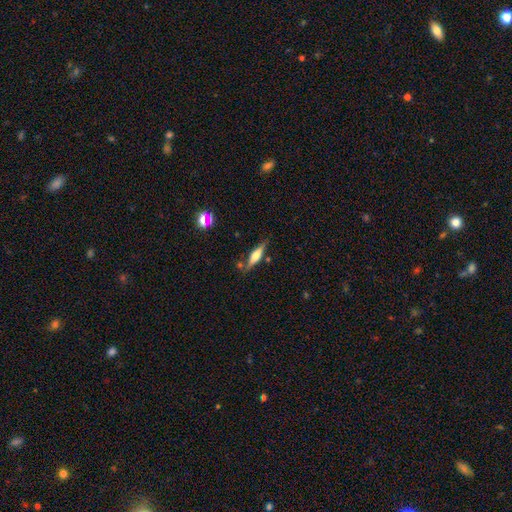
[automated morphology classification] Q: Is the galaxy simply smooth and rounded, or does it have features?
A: featured or disk — 49%.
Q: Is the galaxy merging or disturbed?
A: none — 75%.